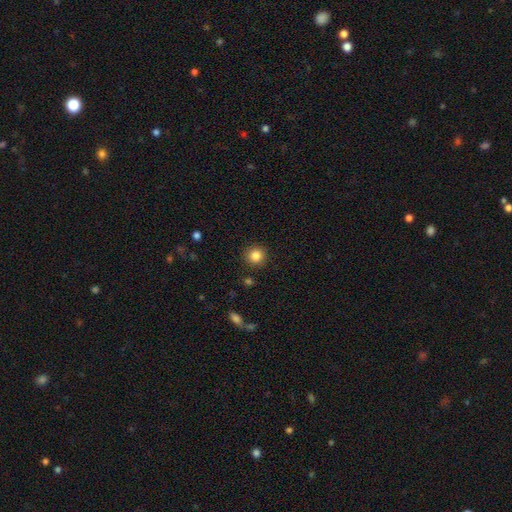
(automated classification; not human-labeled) A smooth galaxy with no disk features (85%) that is round (93%).

Vote fractions:
- Smooth or featured? smooth: 85% / star or artifact: 10% / featured or disk: 5%
- How rounded? round: 93% / in between: 6% / cigar-shaped: 1%
- Merging? none: 90% / minor disturbance: 6% / major disturbance: 2% / merger: 1%